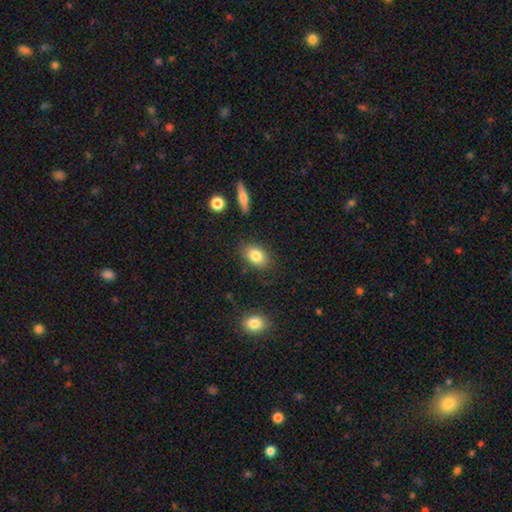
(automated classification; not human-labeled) Smooth or featured: smooth — 82% (featured or disk — 9%)
How rounded: in between — 83% (round — 15%)
Merging: none — 84% (minor disturbance — 11%)